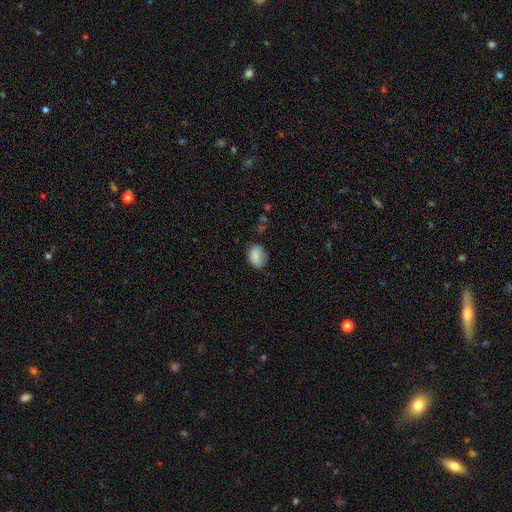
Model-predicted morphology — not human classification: Smooth or featured? Predicted: smooth (p=0.86). How rounded? Predicted: in between (p=0.76). Merging? Predicted: none (p=0.72).